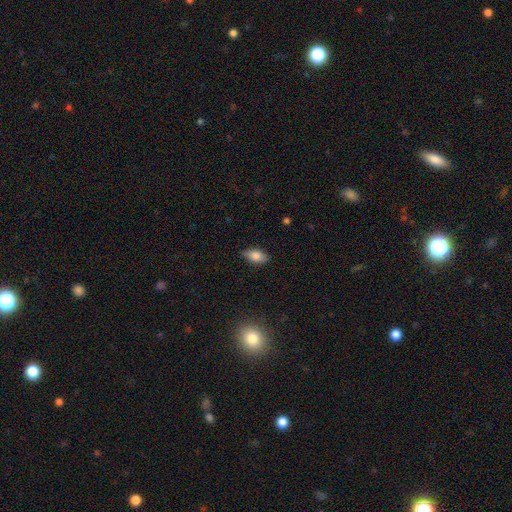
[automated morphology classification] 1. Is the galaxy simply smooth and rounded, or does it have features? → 78% smooth, 14% featured or disk, 8% star or artifact.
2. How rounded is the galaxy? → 88% in between, 8% cigar-shaped, 5% round.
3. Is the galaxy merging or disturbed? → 83% none, 13% minor disturbance, 3% major disturbance, 1% merger.